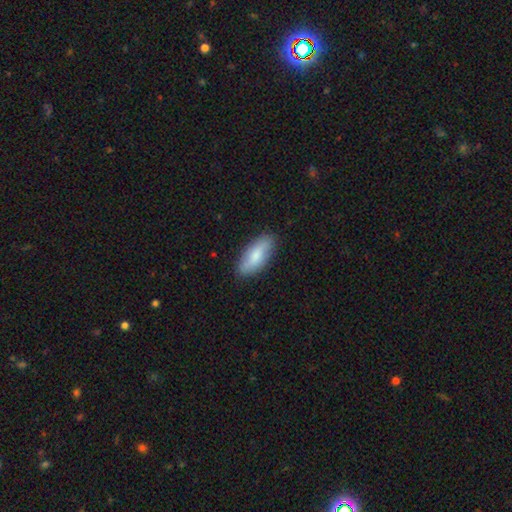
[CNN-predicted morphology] This is likely a smooth galaxy (76%). How rounded: likely in between (79%). Merging: clearly none (85%).